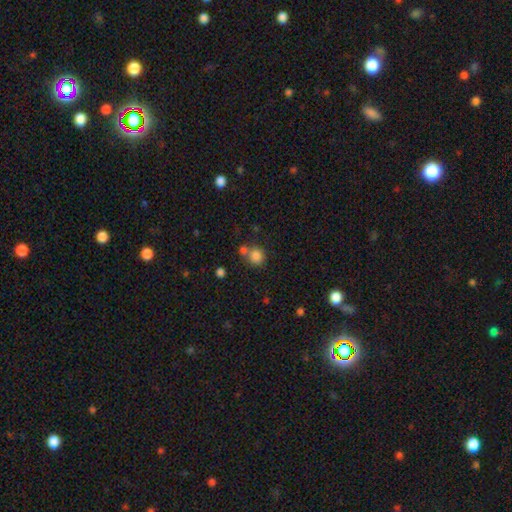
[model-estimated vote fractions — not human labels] smooth_or_featured: smooth (p=0.83) [alt: star or artifact p=0.11]
how_rounded: round (p=0.83) [alt: in between p=0.16]
merging: none (p=0.58) [alt: merger p=0.27]